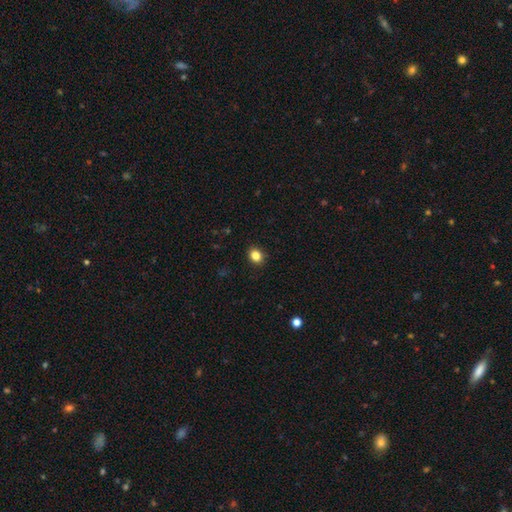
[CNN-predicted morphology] Smooth or featured: smooth — 85% (star or artifact — 11%)
How rounded: round — 57% (in between — 42%)
Merging: none — 90% (minor disturbance — 7%)